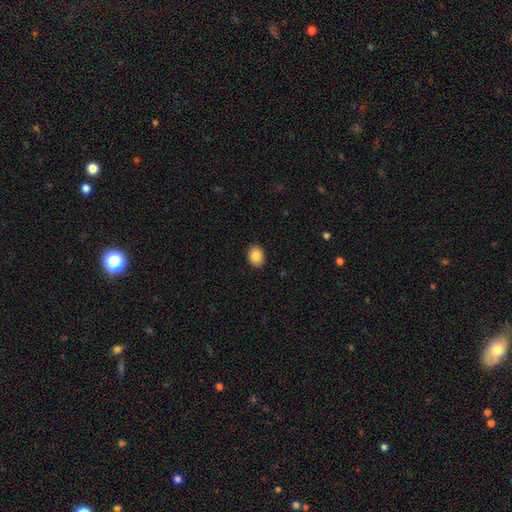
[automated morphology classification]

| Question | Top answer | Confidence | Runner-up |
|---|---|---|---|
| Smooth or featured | smooth | 87% | star or artifact (8%) |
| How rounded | in between | 58% | round (41%) |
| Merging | none | 90% | minor disturbance (7%) |